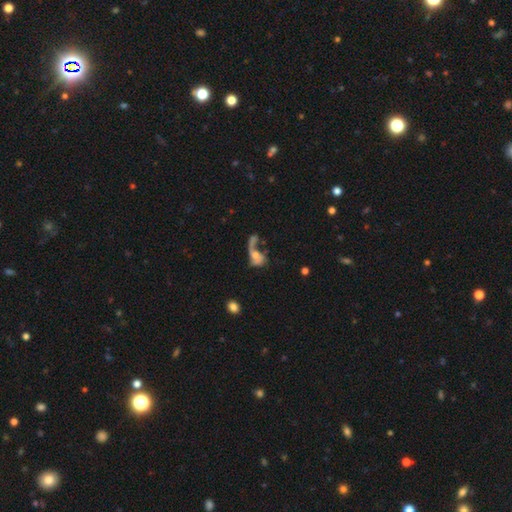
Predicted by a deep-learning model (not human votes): Smooth or featured?
  - featured or disk: 55% *
  - smooth: 34%
  - star or artifact: 11%
Edge-on disk?
  - no: 94% *
  - yes: 6%
Bar?
  - no: 75% *
  - weak: 19%
  - strong: 5%
Spiral arms?
  - yes: 56% *
  - no: 44%
Bulge size?
  - small: 38% *
  - moderate: 36%
  - none: 17%
  - large: 7%
  - dominant: 2%
Merging?
  - major disturbance: 42% *
  - merger: 26%
  - none: 20%
  - minor disturbance: 11%